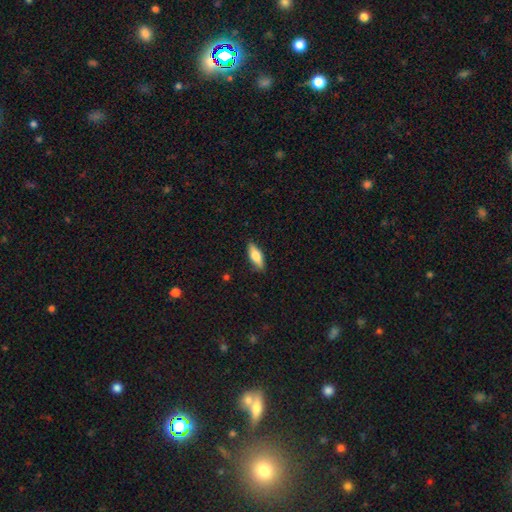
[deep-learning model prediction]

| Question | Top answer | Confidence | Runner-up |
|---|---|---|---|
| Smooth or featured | smooth | 69% | featured or disk (25%) |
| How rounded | in between | 65% | cigar-shaped (32%) |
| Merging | none | 87% | minor disturbance (10%) |